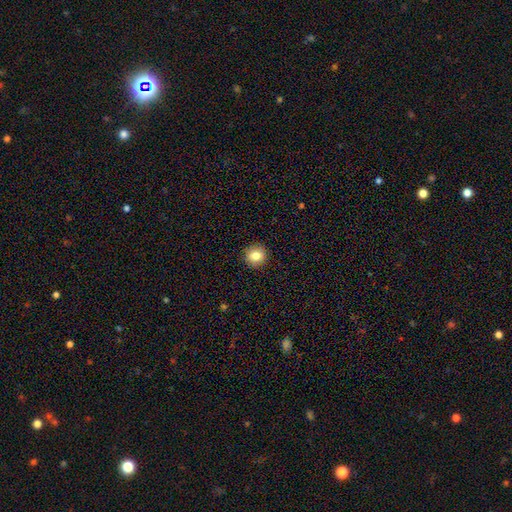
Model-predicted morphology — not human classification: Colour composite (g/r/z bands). It shows a smooth galaxy with no disk features (83%) that is round (91%). Merging: none (91%).